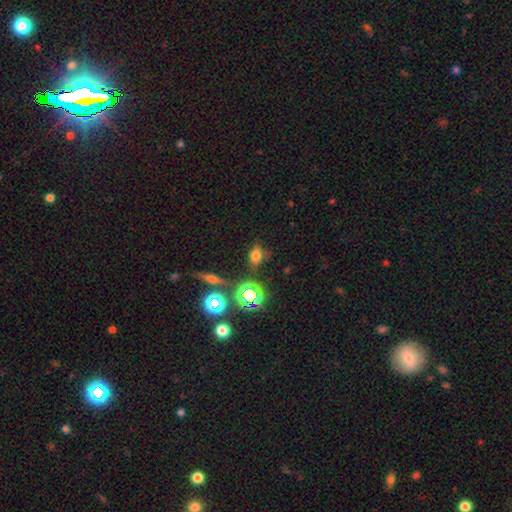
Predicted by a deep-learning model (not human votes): smooth-or-featured: smooth: 65% | star or artifact: 24% | featured or disk: 11%
  how-rounded: in between: 66% | round: 29% | cigar-shaped: 4%
  merging: none: 75% | minor disturbance: 16% | major disturbance: 5% | merger: 4%